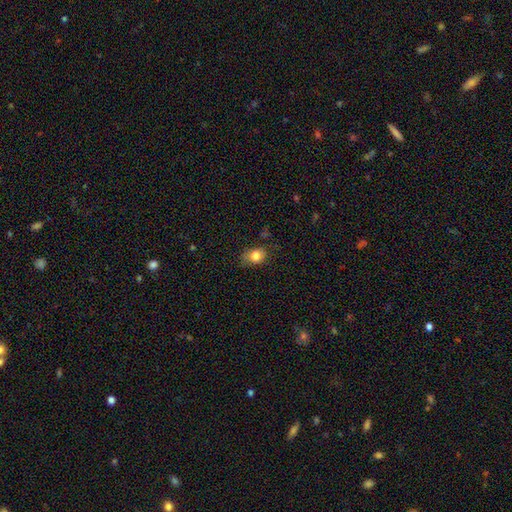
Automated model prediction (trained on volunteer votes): Smooth or featured? Predicted: smooth (p=0.81). How rounded? Predicted: in between (p=0.61). Merging? Predicted: none (p=0.63).